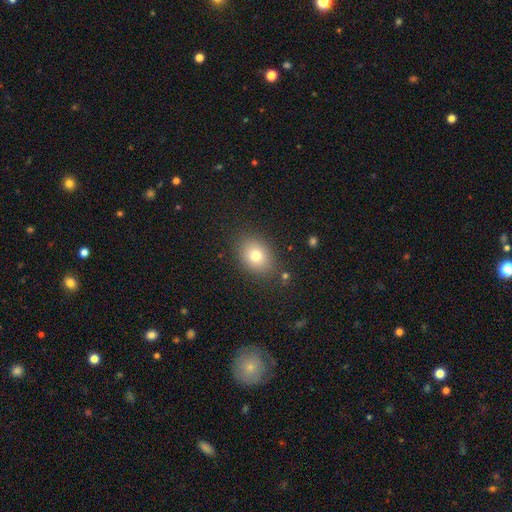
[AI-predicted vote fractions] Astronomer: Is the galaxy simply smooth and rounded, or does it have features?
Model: smooth — 78%.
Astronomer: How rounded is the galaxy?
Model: in between — 63%.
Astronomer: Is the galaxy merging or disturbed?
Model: none — 84%.